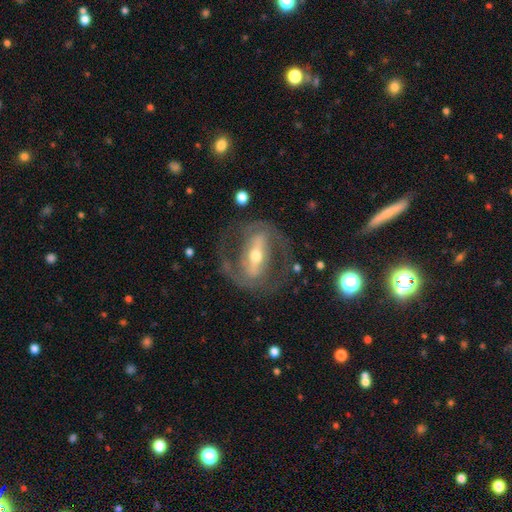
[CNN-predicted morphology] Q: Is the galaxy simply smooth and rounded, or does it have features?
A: featured or disk — 85%.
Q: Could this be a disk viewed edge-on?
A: no — 87%.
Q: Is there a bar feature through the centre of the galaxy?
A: strong — 71%.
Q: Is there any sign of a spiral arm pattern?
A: yes — 67%.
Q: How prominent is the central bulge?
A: moderate — 60%.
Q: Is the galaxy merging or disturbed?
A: none — 71%.